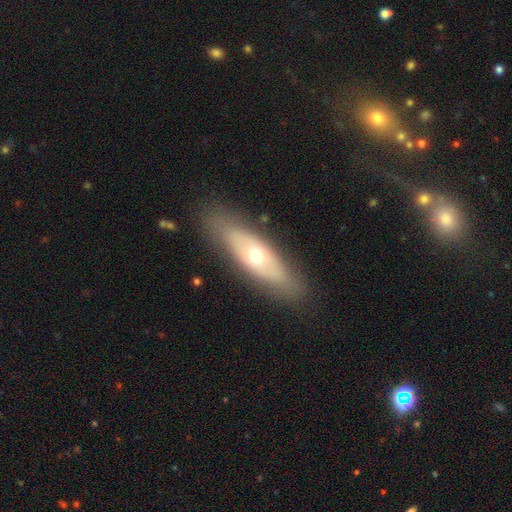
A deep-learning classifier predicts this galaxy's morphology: Smooth or featured?
  - smooth: 48% *
  - featured or disk: 45%
  - star or artifact: 6%
Merging?
  - none: 83% *
  - minor disturbance: 12%
  - major disturbance: 4%
  - merger: 1%